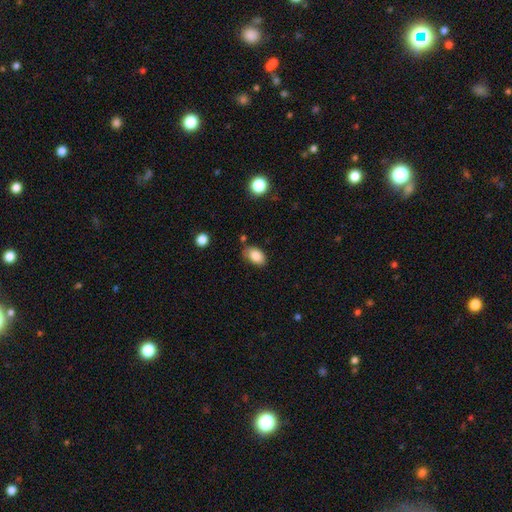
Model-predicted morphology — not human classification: This is clearly a smooth galaxy (85%). How rounded: clearly in between (90%). Merging: likely none (74%).